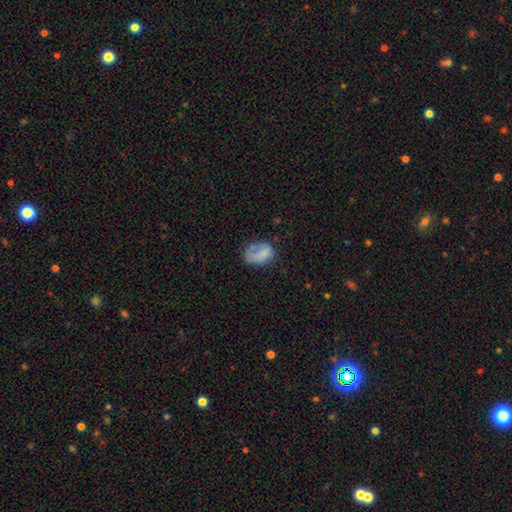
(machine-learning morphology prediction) type=smooth (74%); roundness=in between (77%); merging=none (45%).